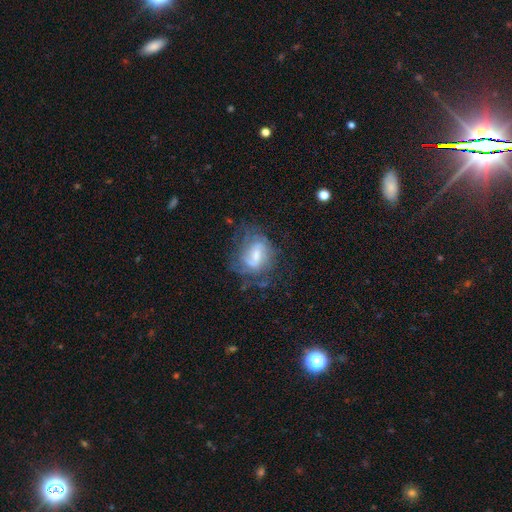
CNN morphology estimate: A featured or disk galaxy (64%) with a weak bar (52%), spiral arms (74%) and a moderate central bulge (41%). Merging: none (51%).